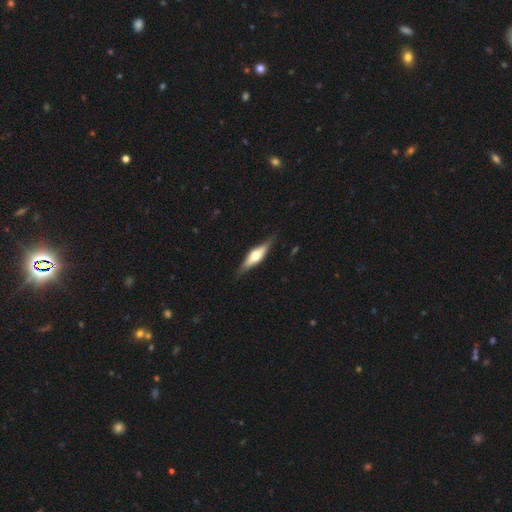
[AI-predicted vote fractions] Smooth or featured? featured or disk (65%)
Edge-on disk? yes (95%)
Edge-on bulge? rounded (91%)
Merging? none (86%)